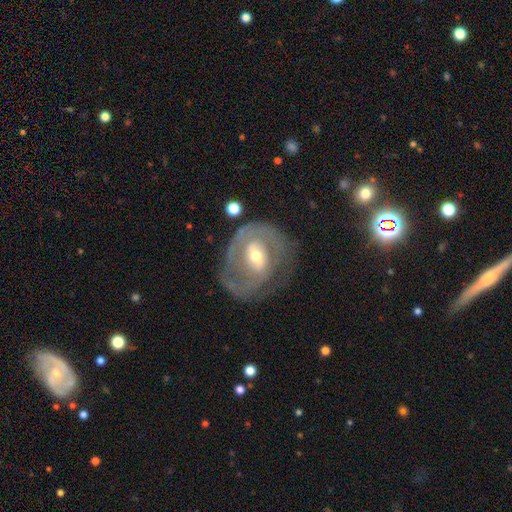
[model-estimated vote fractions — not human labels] smooth-or-featured: featured or disk: 80% | smooth: 15% | star or artifact: 6%
  disk-edge-on: no: 97% | yes: 3%
    bar: weak: 44% | no: 36% | strong: 20%
    has-spiral-arms: yes: 80% | no: 20%
      spiral-winding: tight: 54% | medium: 34% | loose: 13%
      spiral-arm-count: 2: 48% | can't tell: 25% | 1: 16% | 3: 6% | 4: 2% | more than 4: 2%
    bulge-size: moderate: 59% | small: 35% | large: 4% | none: 1% | dominant: 1%
  merging: none: 56% | minor disturbance: 22% | major disturbance: 19% | merger: 3%